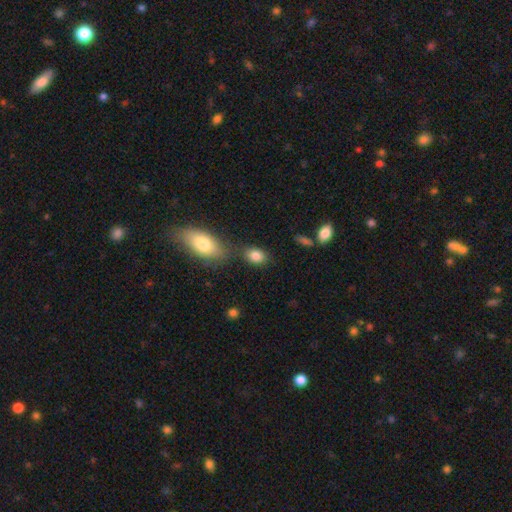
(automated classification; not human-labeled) smooth_or_featured: smooth (p=0.85) [alt: star or artifact p=0.08]
how_rounded: in between (p=0.78) [alt: round p=0.21]
merging: none (p=0.70) [alt: minor disturbance p=0.13]